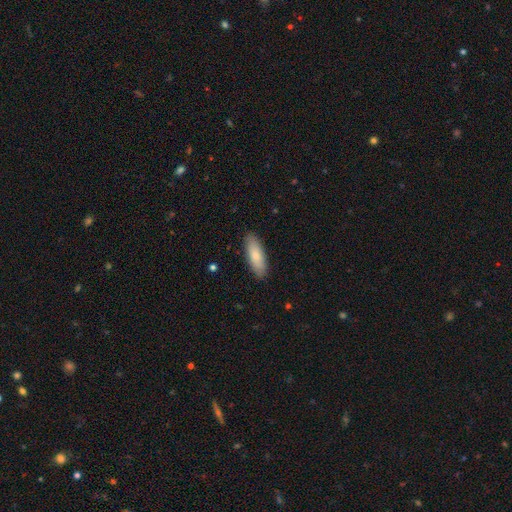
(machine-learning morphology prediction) type=smooth (80%); roundness=in between (60%); merging=none (88%).